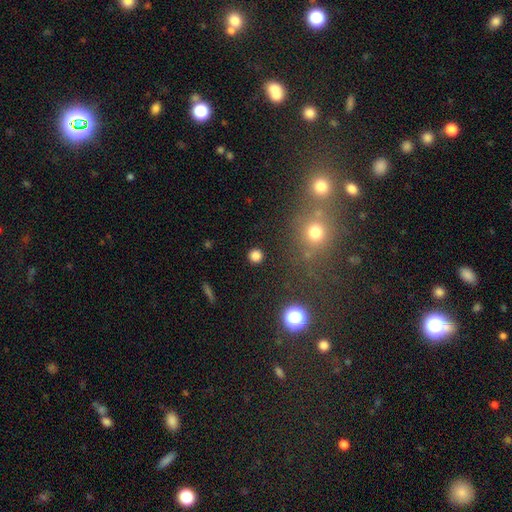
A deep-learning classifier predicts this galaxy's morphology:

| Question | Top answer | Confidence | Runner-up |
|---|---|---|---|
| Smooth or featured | smooth | 80% | star or artifact (16%) |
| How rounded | round | 93% | in between (6%) |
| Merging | none | 90% | minor disturbance (5%) |